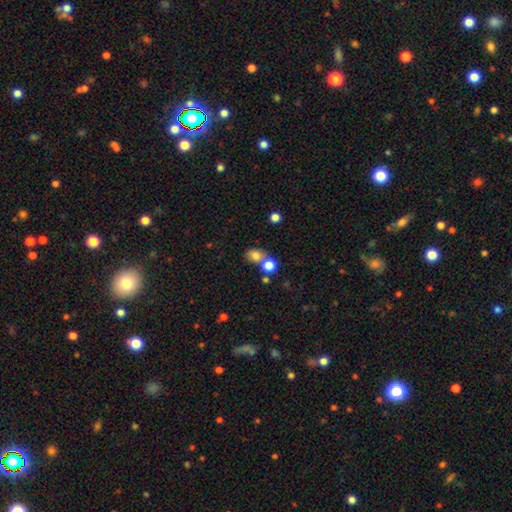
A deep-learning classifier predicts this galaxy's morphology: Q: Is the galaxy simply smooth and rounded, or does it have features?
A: smooth — 78%.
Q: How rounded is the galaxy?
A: in between — 50%.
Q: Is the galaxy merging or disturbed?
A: none — 49%.